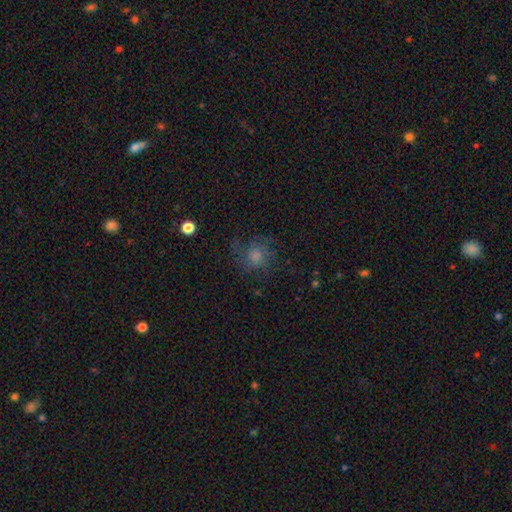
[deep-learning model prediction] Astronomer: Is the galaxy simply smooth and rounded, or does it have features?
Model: smooth — 43% (runner-up: featured or disk, 36%).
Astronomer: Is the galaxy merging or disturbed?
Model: none — 68%.